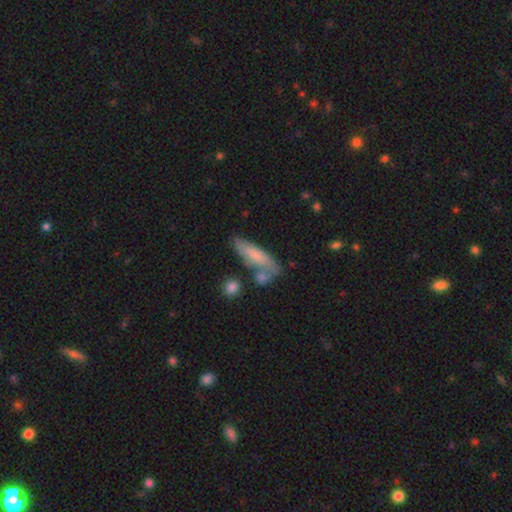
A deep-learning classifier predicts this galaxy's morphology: Smooth or featured? smooth (68%)
How rounded? cigar-shaped (62%)
Merging? none (59%)